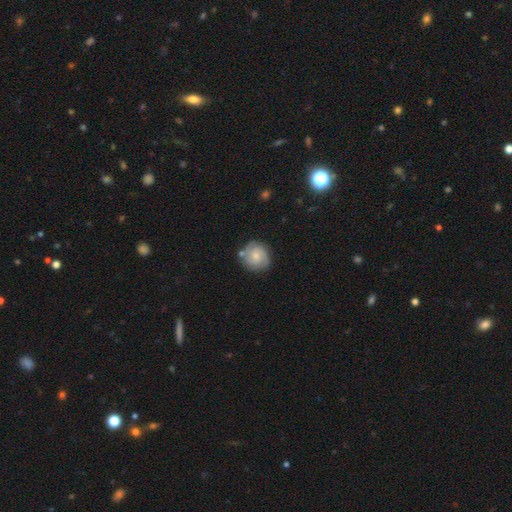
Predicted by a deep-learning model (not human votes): smooth_or_featured: featured or disk (p=0.48) [alt: smooth p=0.45]
merging: none (p=0.72) [alt: minor disturbance p=0.17]